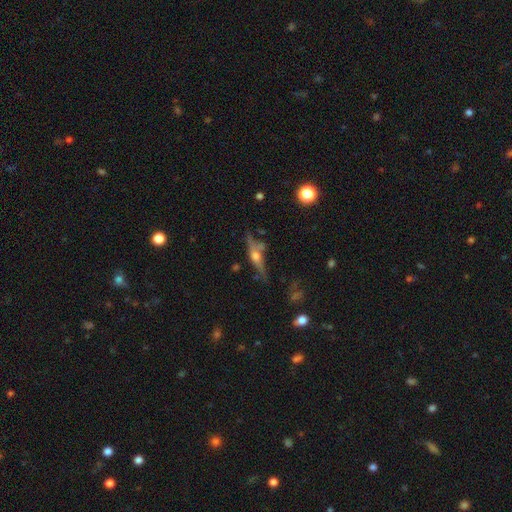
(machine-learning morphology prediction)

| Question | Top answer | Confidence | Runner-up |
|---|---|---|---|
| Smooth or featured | featured or disk | 65% | smooth (26%) |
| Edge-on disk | yes | 91% | no (9%) |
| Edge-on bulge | rounded | 89% | boxy (6%) |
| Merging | none | 63% | minor disturbance (20%) |